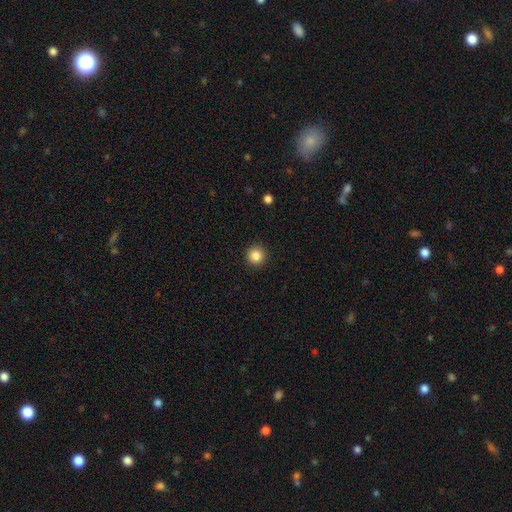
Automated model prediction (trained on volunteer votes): smooth 86%, star or artifact 10%, featured or disk 3%. Down the decision tree: how rounded — round (95%); merging — none (92%).